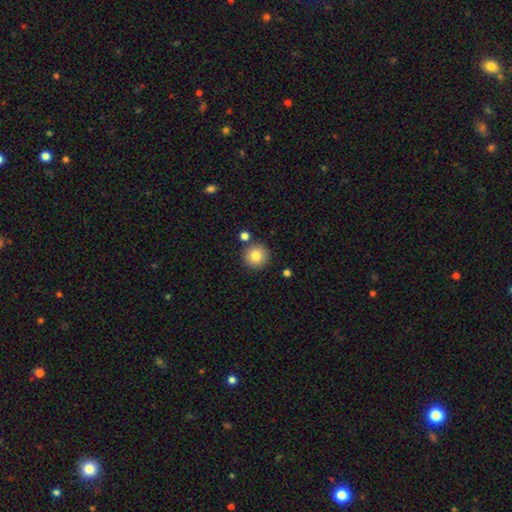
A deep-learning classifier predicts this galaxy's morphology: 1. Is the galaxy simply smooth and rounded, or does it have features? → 82% smooth, 9% star or artifact, 8% featured or disk.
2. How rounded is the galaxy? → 95% round, 4% in between, 1% cigar-shaped.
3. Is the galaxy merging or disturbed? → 83% none, 7% minor disturbance, 7% merger, 2% major disturbance.